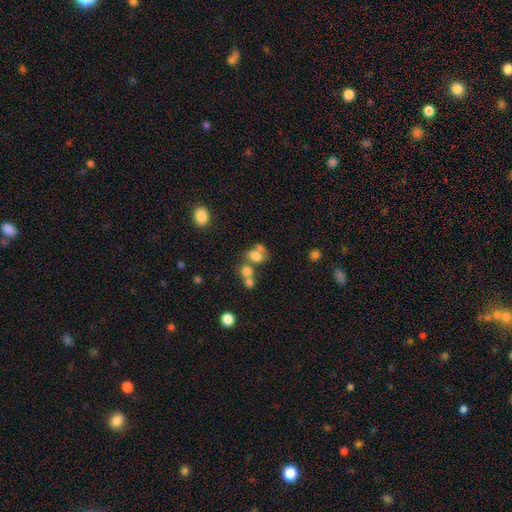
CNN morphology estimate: This appears to be a smooth galaxy with no disk features (70%) that is in between round and cigar-shaped (59%). Merging: merger (49%).